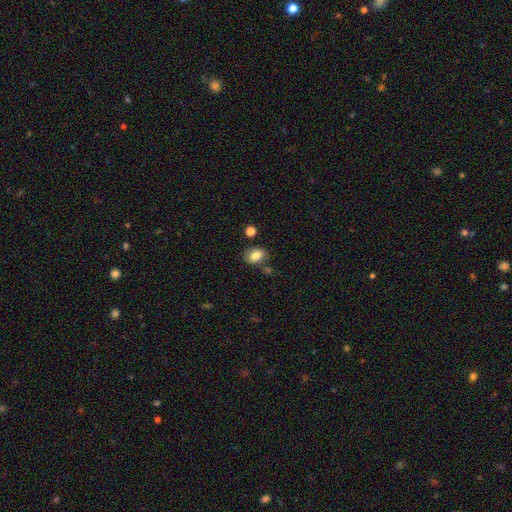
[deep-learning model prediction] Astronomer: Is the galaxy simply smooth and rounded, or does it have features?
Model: smooth — 80%.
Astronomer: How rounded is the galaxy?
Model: in between — 77%.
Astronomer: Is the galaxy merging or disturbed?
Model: none — 72%.